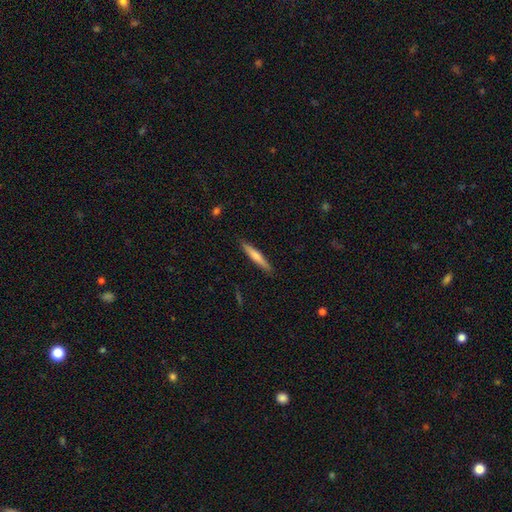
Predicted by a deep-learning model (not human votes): Smooth or featured?
  - smooth: 50% *
  - featured or disk: 44%
  - star or artifact: 6%
Merging?
  - none: 91% *
  - minor disturbance: 6%
  - major disturbance: 1%
  - merger: 1%